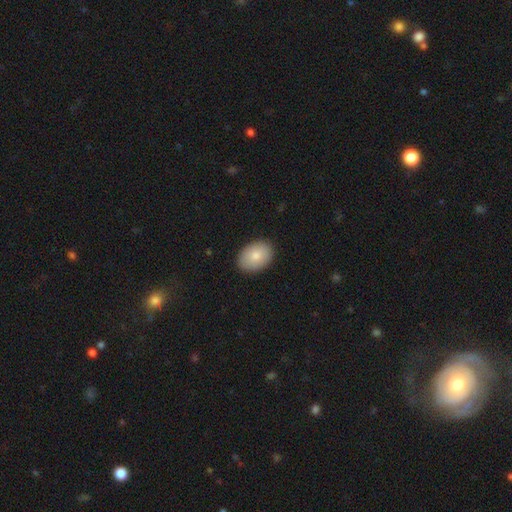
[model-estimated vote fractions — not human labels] Morphology: type=smooth (83%); roundness=in between (82%); merging=none (89%).